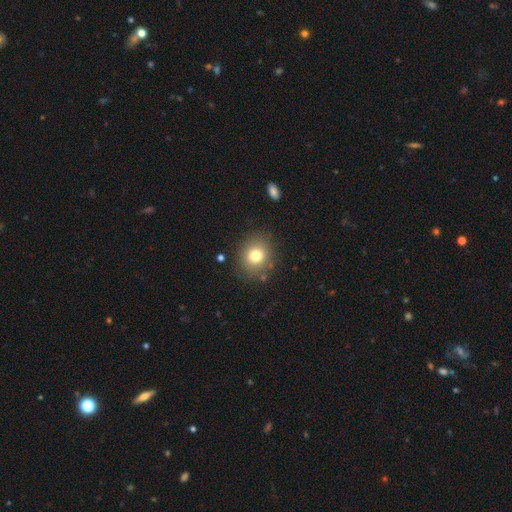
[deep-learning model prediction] Smooth or featured?
  - smooth: 77% *
  - star or artifact: 12%
  - featured or disk: 11%
How rounded?
  - round: 75% *
  - in between: 24%
  - cigar-shaped: 1%
Merging?
  - none: 84% *
  - minor disturbance: 10%
  - major disturbance: 4%
  - merger: 3%